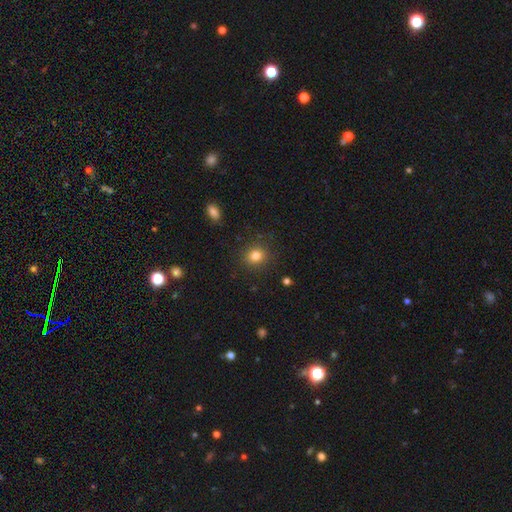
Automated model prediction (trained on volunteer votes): Smooth or featured? smooth (82%)
How rounded? round (82%)
Merging? none (88%)